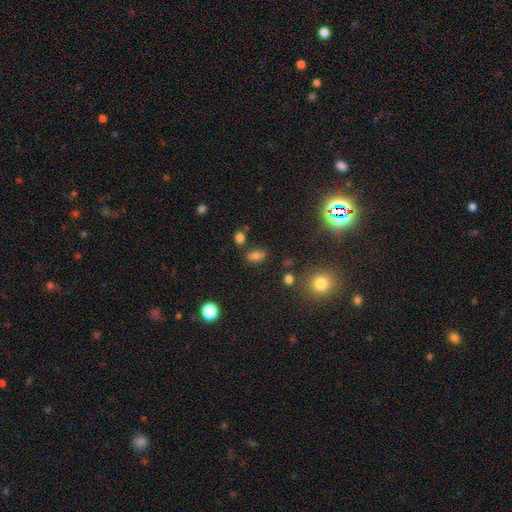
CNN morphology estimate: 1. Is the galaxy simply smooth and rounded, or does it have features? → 75% smooth, 17% star or artifact, 9% featured or disk.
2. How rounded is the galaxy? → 83% in between, 15% round, 3% cigar-shaped.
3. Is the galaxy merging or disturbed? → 75% none, 13% minor disturbance, 8% merger, 4% major disturbance.